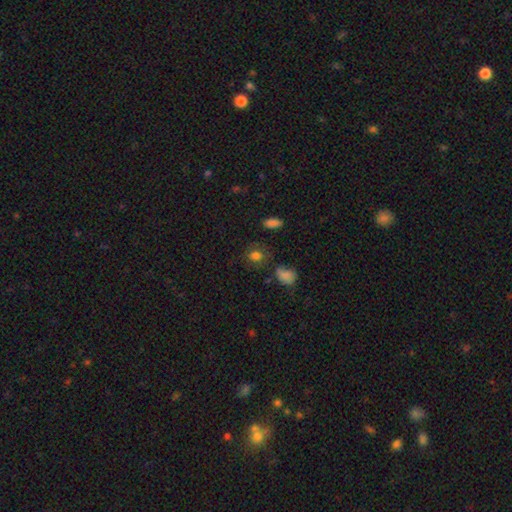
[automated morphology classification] Smooth or featured: smooth — 76% (star or artifact — 14%)
How rounded: round — 66% (in between — 32%)
Merging: none — 72% (minor disturbance — 16%)